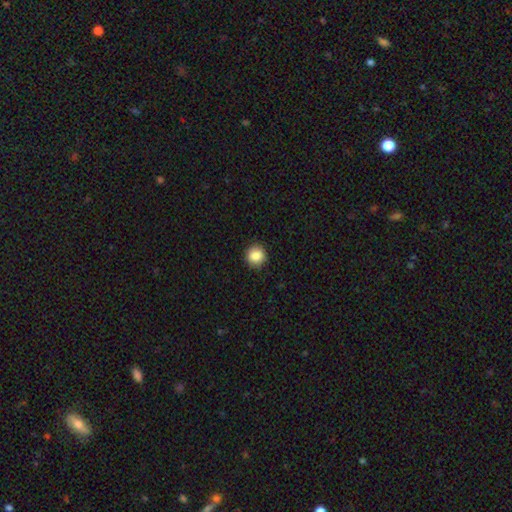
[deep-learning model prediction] smooth-or-featured: smooth: 87% | star or artifact: 9% | featured or disk: 4%
  how-rounded: round: 90% | in between: 9% | cigar-shaped: 1%
  merging: none: 90% | minor disturbance: 7% | major disturbance: 2% | merger: 1%